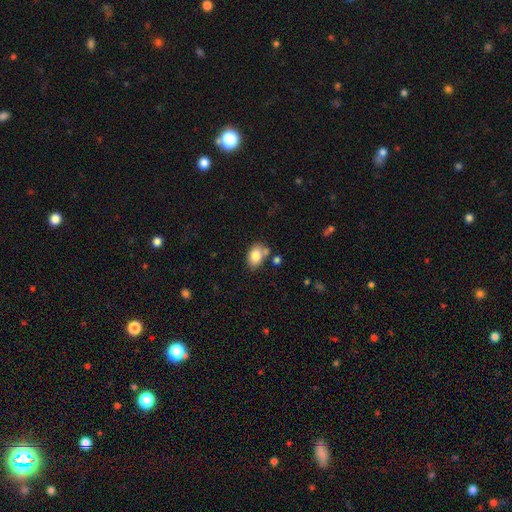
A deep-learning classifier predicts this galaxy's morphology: A smooth galaxy with no disk features (82%) that is in between round and cigar-shaped (80%). Merging: none (61%).